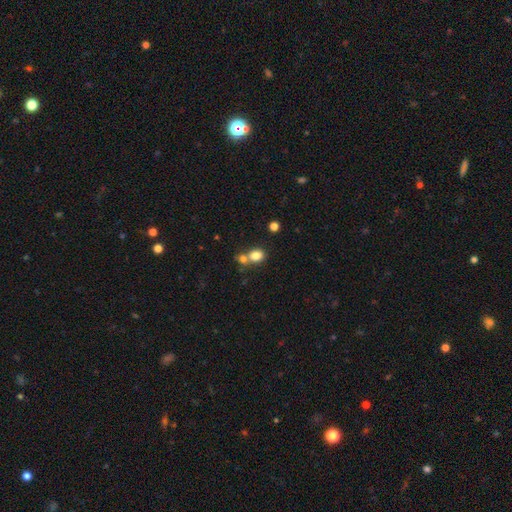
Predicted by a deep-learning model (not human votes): Smooth or featured? smooth (81%)
How rounded? round (54%)
Merging? none (47%)